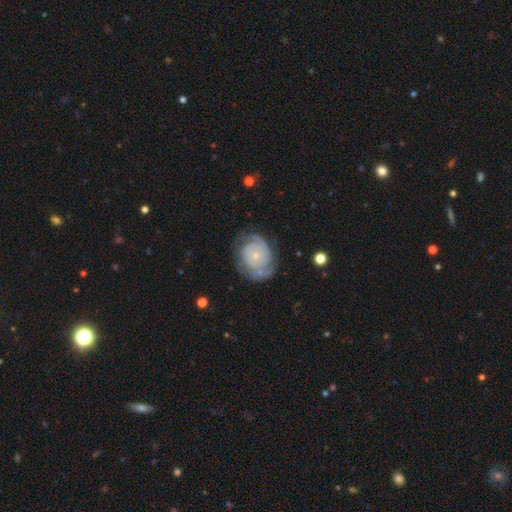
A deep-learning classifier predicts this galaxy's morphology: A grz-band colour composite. It shows a featured or disk galaxy (77%) with no bar (82%), 2 (49%) tight (63%) spiral arms (89%) and a small central bulge (79%). Merging: none (62%).